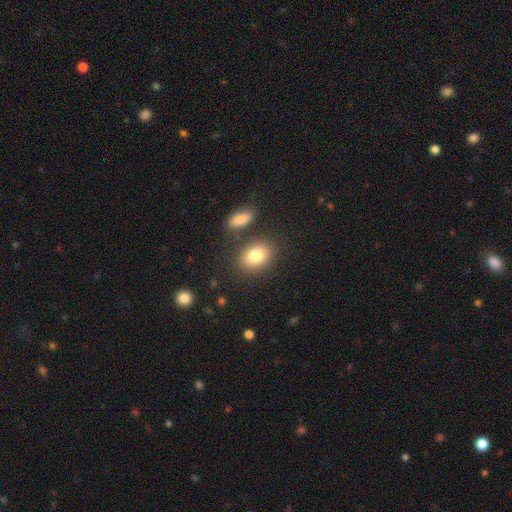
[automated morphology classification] type=smooth (81%); roundness=in between (69%); merging=none (79%).